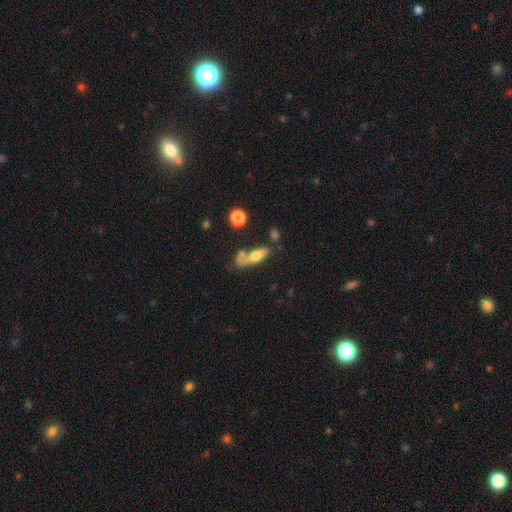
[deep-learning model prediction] Q: Smooth or featured?
A: smooth (60%); runner-up: featured or disk (32%)
Q: How rounded?
A: in between (54%); runner-up: cigar-shaped (42%)
Q: Merging?
A: none (40%); runner-up: merger (26%)